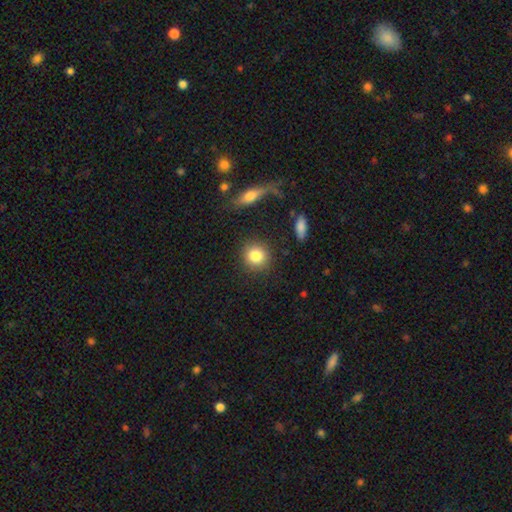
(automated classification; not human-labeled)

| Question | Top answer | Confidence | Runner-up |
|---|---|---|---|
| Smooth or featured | smooth | 84% | star or artifact (8%) |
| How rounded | round | 89% | in between (10%) |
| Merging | none | 88% | minor disturbance (7%) |